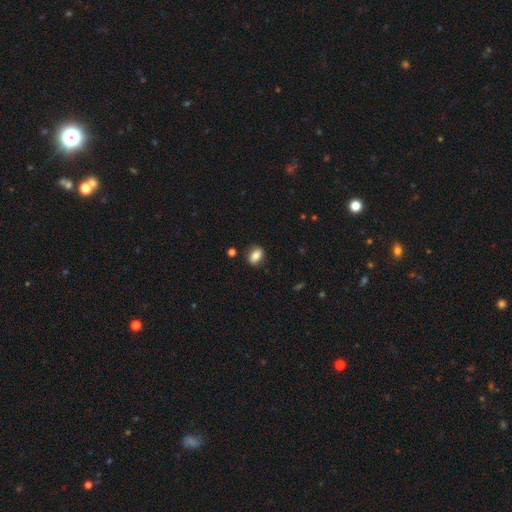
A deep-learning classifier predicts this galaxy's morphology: A smooth galaxy with no disk features (83%) that is in between round and cigar-shaped (73%).

Vote fractions:
- Smooth or featured? smooth: 83% / featured or disk: 9% / star or artifact: 9%
- How rounded? in between: 73% / round: 26% / cigar-shaped: 2%
- Merging? none: 85% / minor disturbance: 11% / major disturbance: 3% / merger: 2%